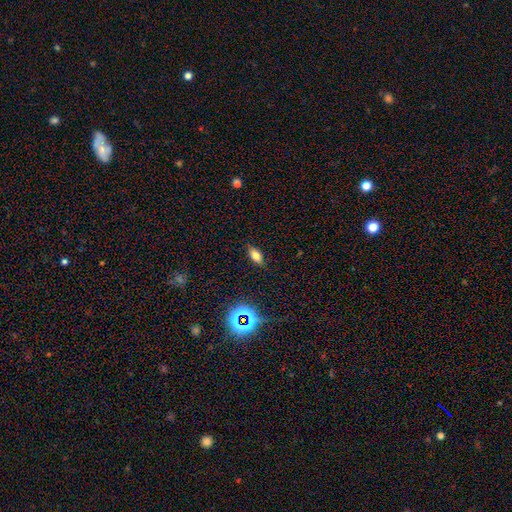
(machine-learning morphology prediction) The model was most divided on "smooth or featured": smooth: 70%, star or artifact: 16%, featured or disk: 14%. More confident: merging — none (86%); how rounded — in between (83%).